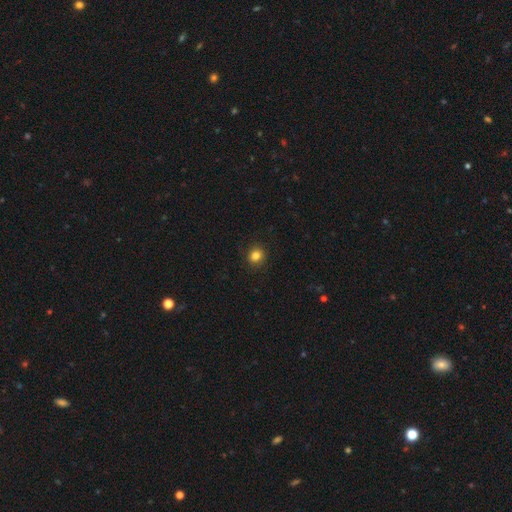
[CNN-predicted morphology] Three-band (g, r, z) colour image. It shows a smooth galaxy with no disk features (84%) that is round (85%). Merging: none (91%).